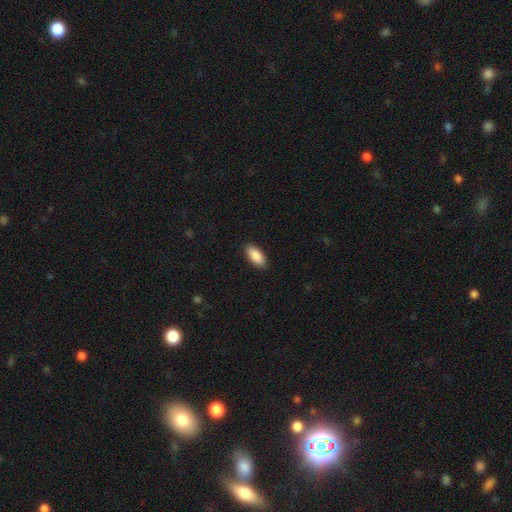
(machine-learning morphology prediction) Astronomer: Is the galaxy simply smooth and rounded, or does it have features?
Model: smooth — 90%.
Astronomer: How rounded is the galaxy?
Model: in between — 91%.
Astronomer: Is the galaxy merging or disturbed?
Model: none — 90%.